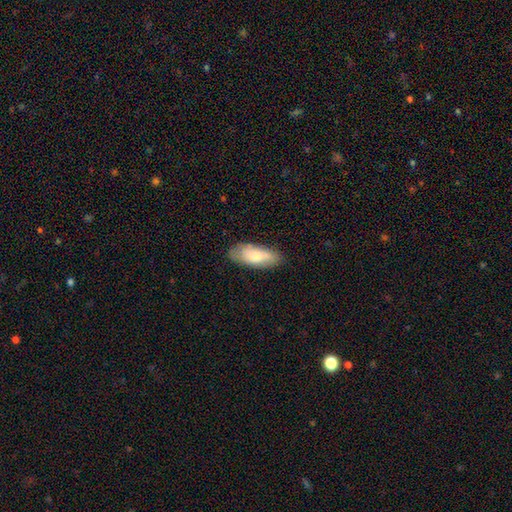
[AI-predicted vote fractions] Morphology: type=smooth (77%); roundness=in between (80%); merging=none (75%).